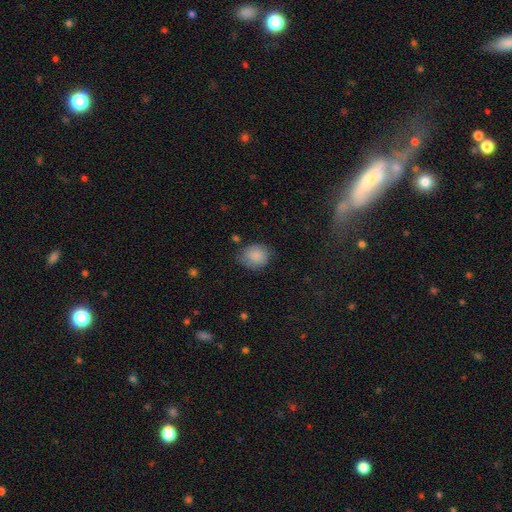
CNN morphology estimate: Smooth or featured? smooth (84%)
How rounded? round (64%)
Merging? none (67%)